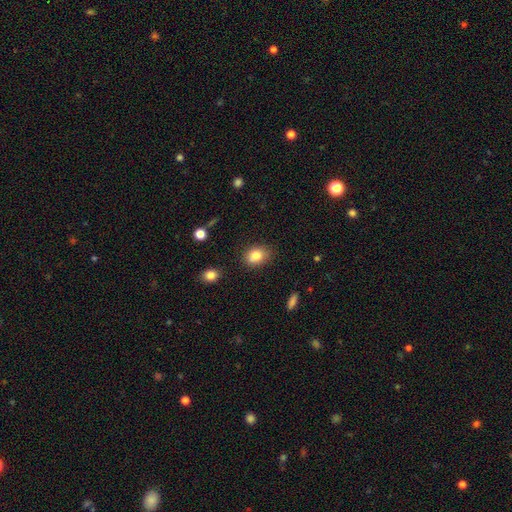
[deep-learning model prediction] Q: Smooth or featured?
A: smooth (83%); runner-up: star or artifact (10%)
Q: How rounded?
A: in between (59%); runner-up: round (40%)
Q: Merging?
A: none (82%); runner-up: minor disturbance (13%)